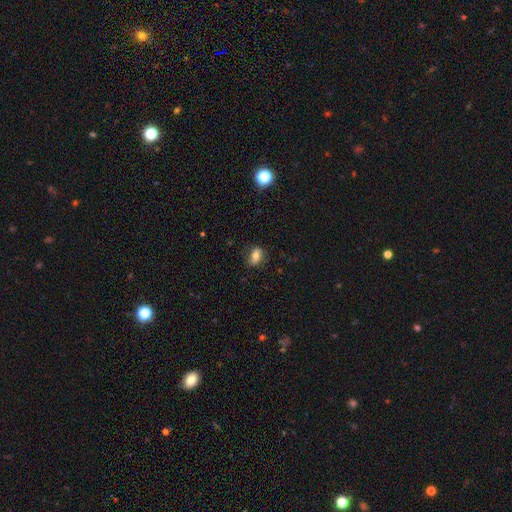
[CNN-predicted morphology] This appears to be a smooth galaxy with no disk features (66%) that is in between round and cigar-shaped (79%). Merging: none (74%).